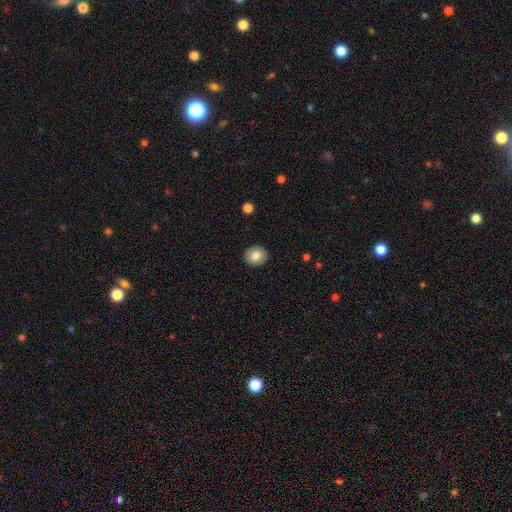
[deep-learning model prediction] Smooth or featured?
  - smooth: 82% *
  - featured or disk: 10%
  - star or artifact: 8%
How rounded?
  - round: 70% *
  - in between: 29%
  - cigar-shaped: 1%
Merging?
  - none: 91% *
  - minor disturbance: 7%
  - major disturbance: 2%
  - merger: 1%